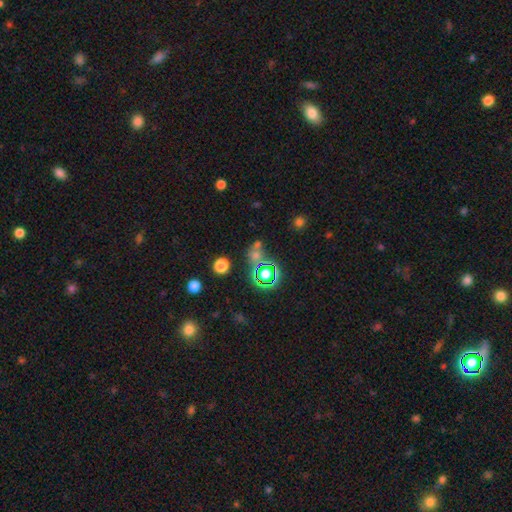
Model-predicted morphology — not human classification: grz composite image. It shows a smooth galaxy with no disk features (46%). Merging: none (58%).